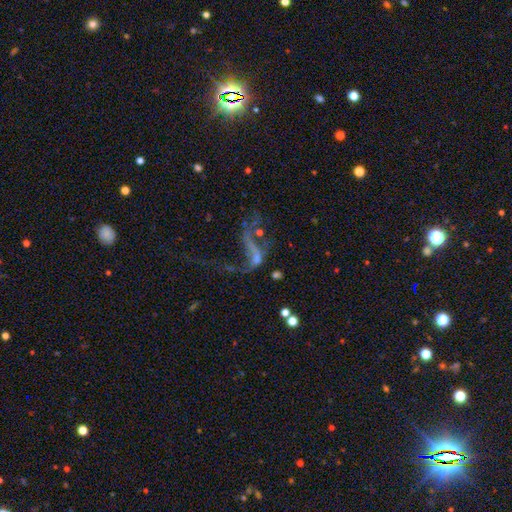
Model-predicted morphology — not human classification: A featured or disk galaxy (59%) with no bar (67%), no spiral arms (59%) and no central bulge (57%).

Vote fractions:
- Smooth or featured? featured or disk: 59% / smooth: 22% / star or artifact: 19%
- Edge-on disk? no: 94% / yes: 6%
- Bar? no: 67% / weak: 21% / strong: 11%
- Spiral arms? no: 59% / yes: 41%
- Bulge size? none: 57% / small: 24% / moderate: 13% / large: 4% / dominant: 2%
- Merging? major disturbance: 43% / none: 24% / merger: 22% / minor disturbance: 11%